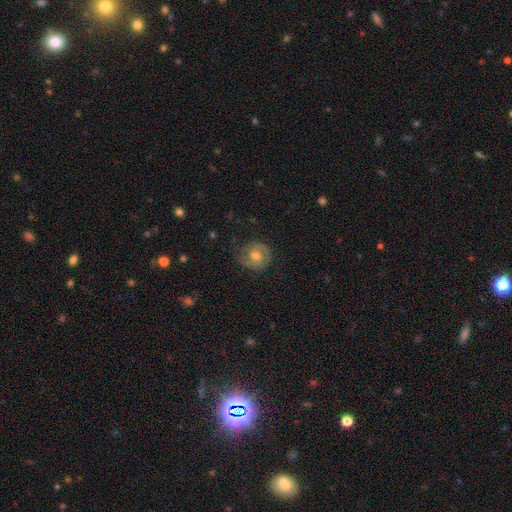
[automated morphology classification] Overall: featured or disk (59%; smooth 33%). Edge-on disk: no (97%). Bar: no (62%; weak 32%). Spiral arms: yes (82%). Bulge size: moderate (73%). Merging: none (68%).